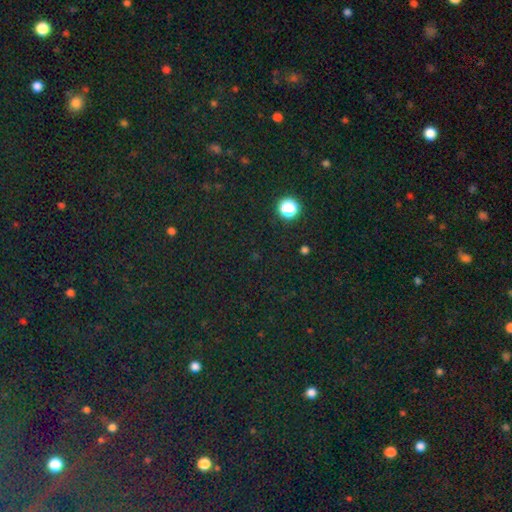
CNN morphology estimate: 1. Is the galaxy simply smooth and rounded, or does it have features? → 77% star or artifact, 16% smooth, 7% featured or disk.